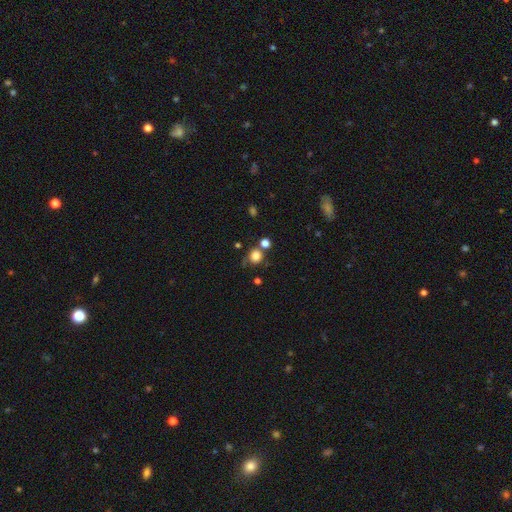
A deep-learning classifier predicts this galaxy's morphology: smooth-or-featured: smooth: 80% | star or artifact: 13% | featured or disk: 7%
  how-rounded: round: 86% | in between: 13% | cigar-shaped: 1%
  merging: none: 61% | minor disturbance: 16% | merger: 16% | major disturbance: 8%